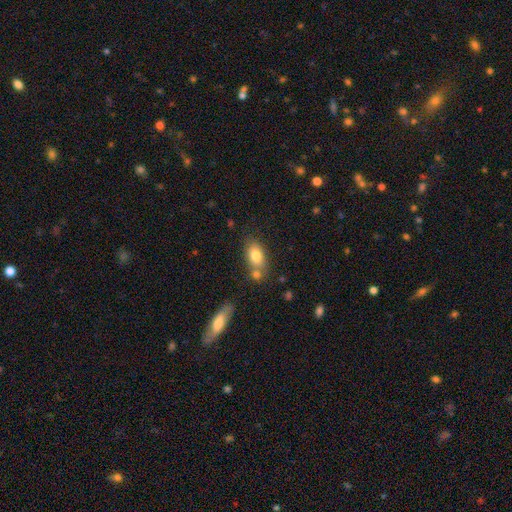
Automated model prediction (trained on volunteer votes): The model was most divided on "merging": none: 56%, merger: 24%, minor disturbance: 15%, major disturbance: 4%. More confident: how rounded — in between (86%); smooth or featured — smooth (80%).